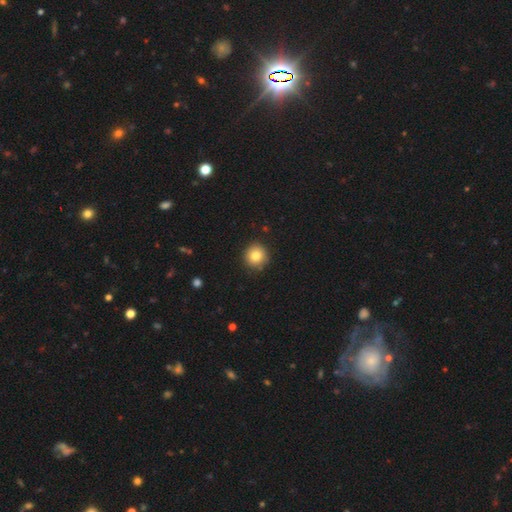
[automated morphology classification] A smooth galaxy with no disk features (82%) that is round (94%).

Vote fractions:
- Smooth or featured? smooth: 82% / star or artifact: 10% / featured or disk: 8%
- How rounded? round: 94% / in between: 5% / cigar-shaped: 1%
- Merging? none: 90% / minor disturbance: 7% / major disturbance: 2% / merger: 1%